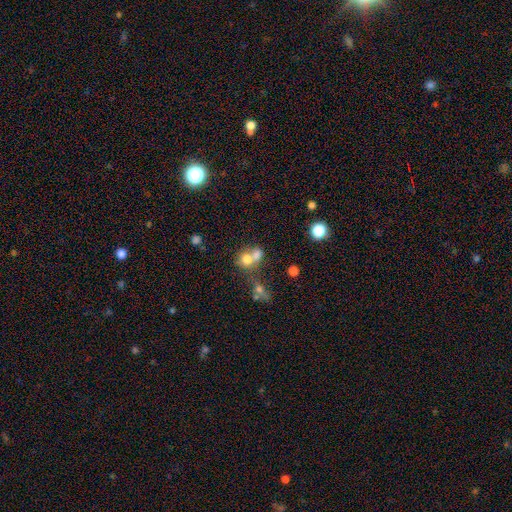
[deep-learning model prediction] Overall: smooth (71%). How rounded: round (67%; in between 32%). Merging: merger (60%; none 28%).